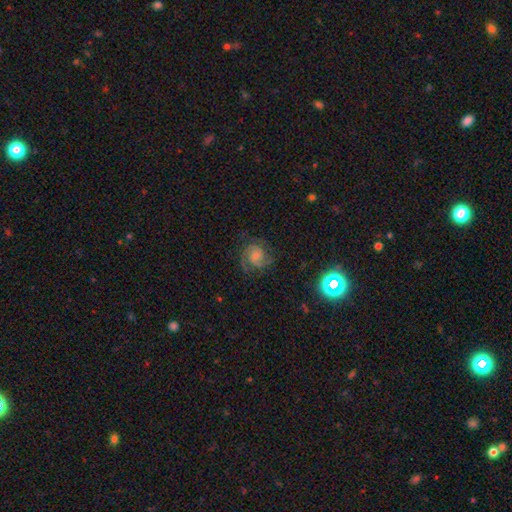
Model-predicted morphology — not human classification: Smooth or featured? Predicted: featured or disk (p=0.79). Edge-on disk? Predicted: no (p=0.98). Bar? Predicted: no (p=0.62). Spiral arms? Predicted: yes (p=0.97). Spiral winding? Predicted: tight (p=0.48). Spiral arm count? Predicted: 2 (p=0.64). Bulge size? Predicted: small (p=0.50). Merging? Predicted: none (p=0.78).